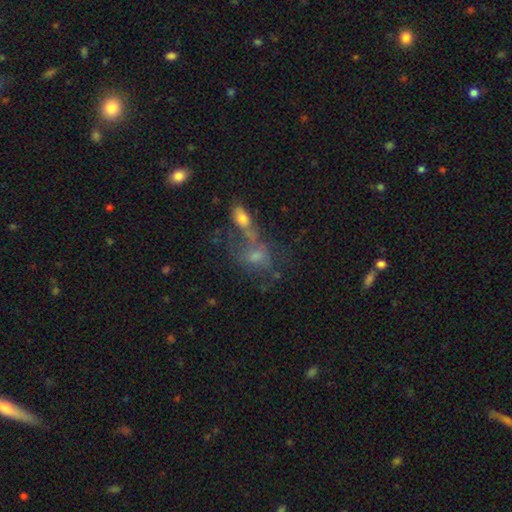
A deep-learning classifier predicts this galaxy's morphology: smooth-or-featured: smooth: 45% | featured or disk: 37% | star or artifact: 18%
  merging: merger: 44% | none: 26% | major disturbance: 17% | minor disturbance: 14%